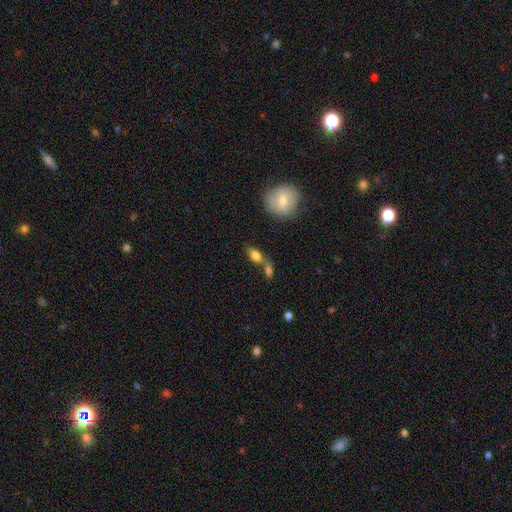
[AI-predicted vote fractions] smooth 79%, featured or disk 13%, star or artifact 8%. Down the decision tree: how rounded — in between (82%); merging — none (45%).